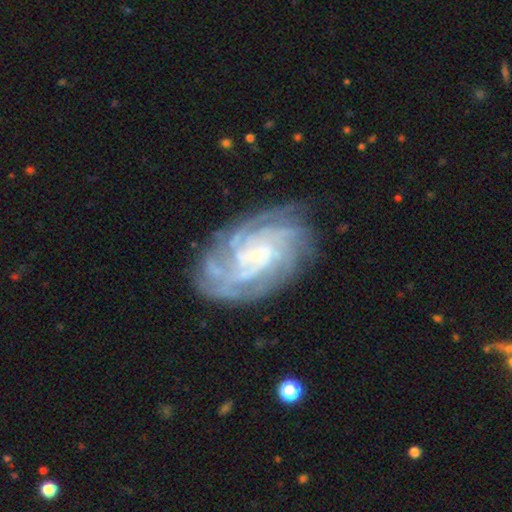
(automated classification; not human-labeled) A featured or disk galaxy (89%) with no bar (64%), 4 (28%) tight (72%) spiral arms (98%) and a small central bulge (80%).

Vote fractions:
- Smooth or featured? featured or disk: 89% / star or artifact: 6% / smooth: 6%
- Edge-on disk? no: 97% / yes: 3%
- Bar? no: 64% / weak: 28% / strong: 8%
- Spiral arms? yes: 98% / no: 2%
- Spiral winding? tight: 72% / medium: 24% / loose: 4%
- Spiral arm count? 4: 28% / more than 4: 24% / can't tell: 21% / 3: 12% / 2: 9% / 1: 7%
- Bulge size? small: 80% / moderate: 11% / none: 6% / large: 2% / dominant: 1%
- Merging? none: 78% / minor disturbance: 15% / major disturbance: 5% / merger: 2%